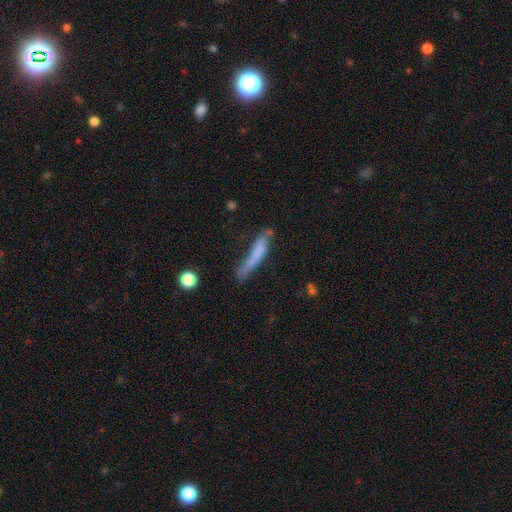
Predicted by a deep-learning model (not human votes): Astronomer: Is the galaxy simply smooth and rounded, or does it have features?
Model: smooth — 63%.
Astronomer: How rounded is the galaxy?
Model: cigar-shaped — 89%.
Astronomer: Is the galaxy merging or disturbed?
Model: none — 44% (runner-up: minor disturbance, 29%).